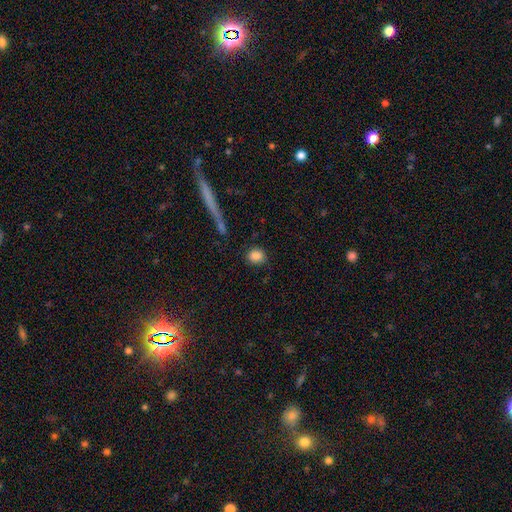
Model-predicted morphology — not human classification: type=smooth (86%); roundness=round (73%); merging=none (82%).